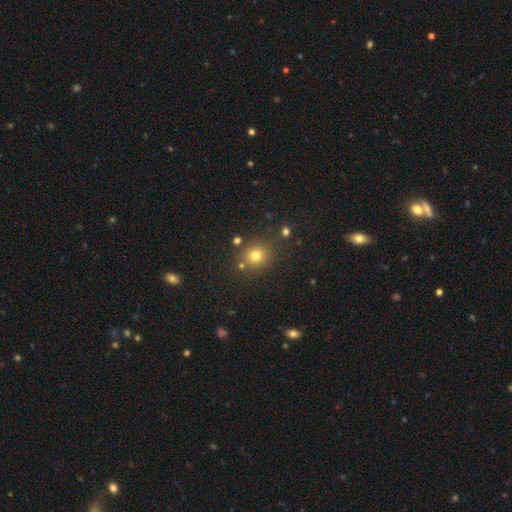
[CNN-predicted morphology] Q: Smooth or featured?
A: smooth (75%); runner-up: star or artifact (17%)
Q: How rounded?
A: round (83%); runner-up: in between (16%)
Q: Merging?
A: none (79%); runner-up: minor disturbance (10%)